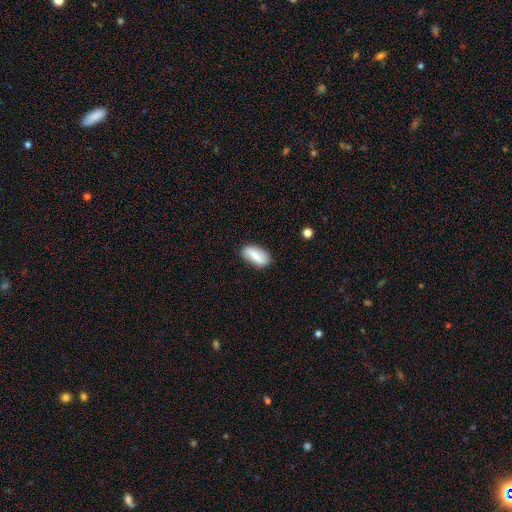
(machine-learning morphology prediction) Smooth or featured?
  - smooth: 69% *
  - featured or disk: 25%
  - star or artifact: 7%
How rounded?
  - in between: 88% *
  - cigar-shaped: 9%
  - round: 3%
Merging?
  - none: 84% *
  - minor disturbance: 12%
  - major disturbance: 3%
  - merger: 1%